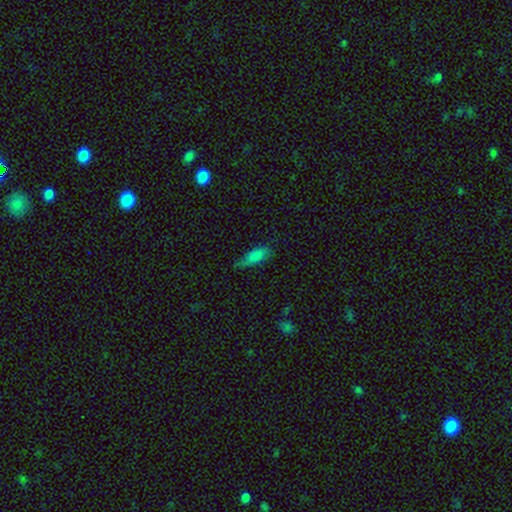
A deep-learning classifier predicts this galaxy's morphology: The model was most divided on "merging": none: 58%, minor disturbance: 33%, major disturbance: 7%, merger: 2%. More confident: smooth or featured — smooth (82%); how rounded — in between (67%).